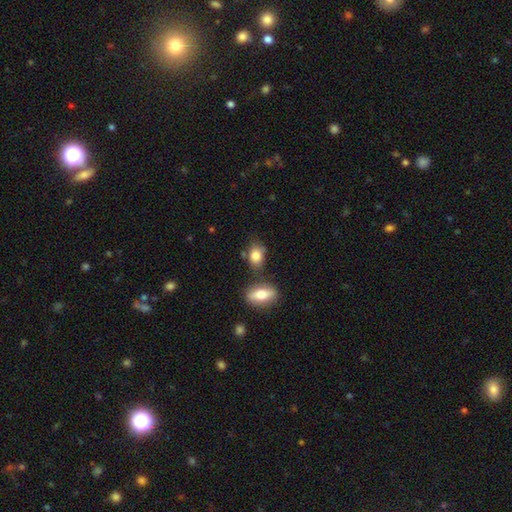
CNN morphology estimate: Smooth or featured? Predicted: smooth (p=0.83). How rounded? Predicted: in between (p=0.75). Merging? Predicted: none (p=0.63).